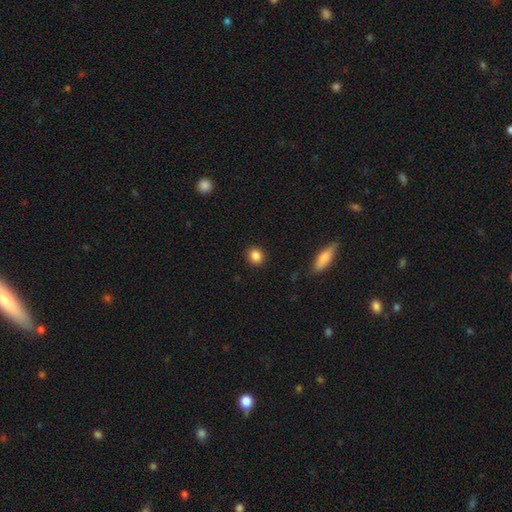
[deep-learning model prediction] This appears to be a smooth galaxy with no disk features (86%) that is round (79%). Merging: none (91%).